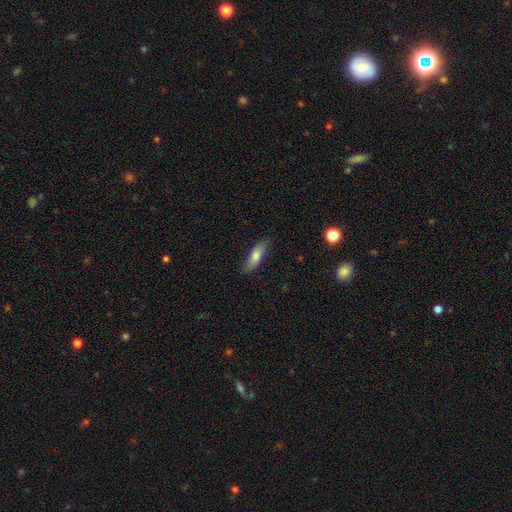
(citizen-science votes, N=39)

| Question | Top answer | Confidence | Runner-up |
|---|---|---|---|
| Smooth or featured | smooth | 79% | featured or disk (18%) |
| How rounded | cigar-shaped | 52% | in between (48%) |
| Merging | none | 74% | minor disturbance (21%) |